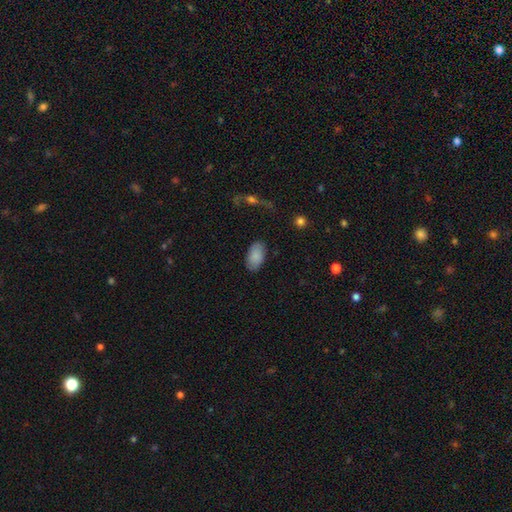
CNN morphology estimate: Smooth or featured?
  - smooth: 87% *
  - featured or disk: 7%
  - star or artifact: 7%
How rounded?
  - in between: 94% *
  - round: 4%
  - cigar-shaped: 2%
Merging?
  - none: 85% *
  - minor disturbance: 12%
  - major disturbance: 3%
  - merger: 1%